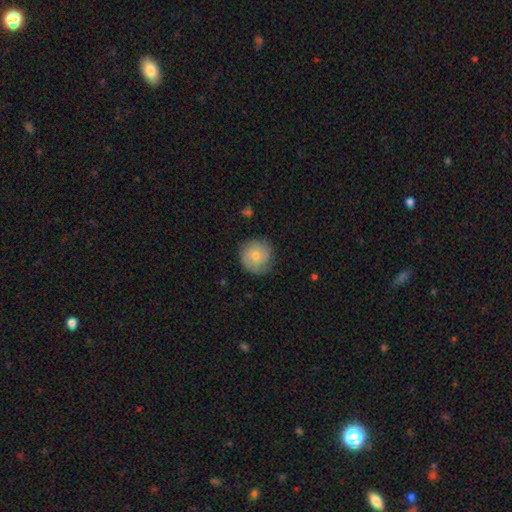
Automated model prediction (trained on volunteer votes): Smooth or featured? smooth (66%)
How rounded? round (93%)
Merging? none (78%)